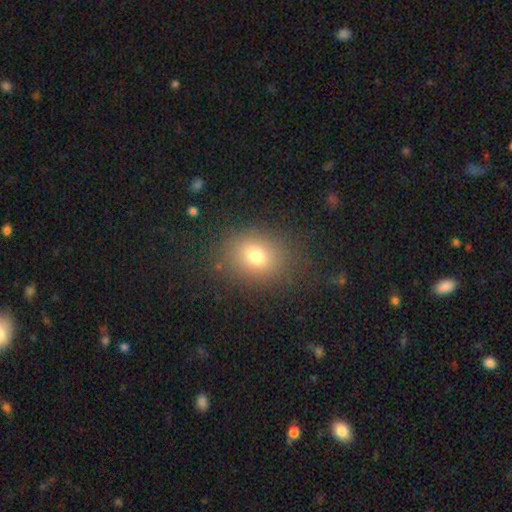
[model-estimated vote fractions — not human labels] Smooth or featured? Predicted: smooth (p=0.75). How rounded? Predicted: in between (p=0.55). Merging? Predicted: none (p=0.82).